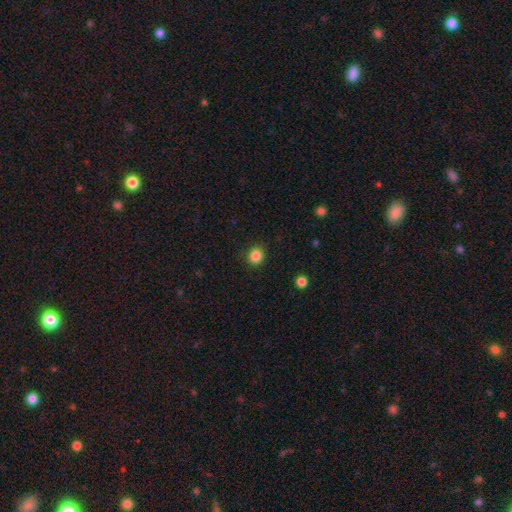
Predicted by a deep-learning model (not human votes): Overall: smooth (85%). How rounded: round (86%). Merging: none (90%).